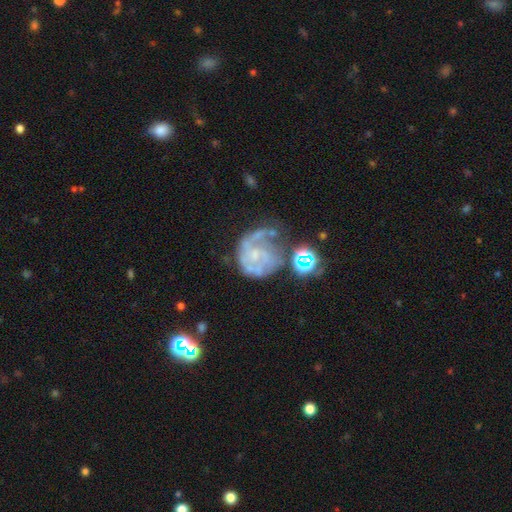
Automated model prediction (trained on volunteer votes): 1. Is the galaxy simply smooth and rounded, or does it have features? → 71% featured or disk, 18% smooth, 11% star or artifact.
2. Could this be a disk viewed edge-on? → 98% no, 2% yes.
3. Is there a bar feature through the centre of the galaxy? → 75% no, 21% weak, 4% strong.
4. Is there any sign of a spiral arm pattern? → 72% yes, 28% no.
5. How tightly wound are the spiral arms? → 46% tight, 35% medium, 19% loose.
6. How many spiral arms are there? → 39% can't tell, 21% 2, 18% 1, 13% 3, 4% 4, 4% more than 4.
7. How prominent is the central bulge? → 49% small, 29% none, 19% moderate, 2% large, 1% dominant.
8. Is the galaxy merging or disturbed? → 37% none, 30% major disturbance, 24% minor disturbance, 9% merger.